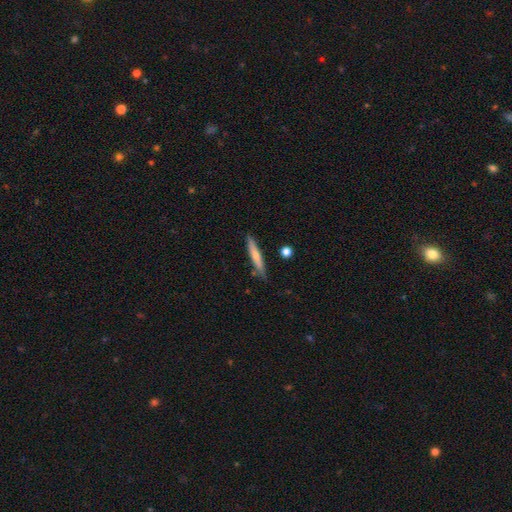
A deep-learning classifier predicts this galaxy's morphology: Smooth or featured? Predicted: smooth (p=0.63). How rounded? Predicted: cigar-shaped (p=0.93). Merging? Predicted: none (p=0.81).